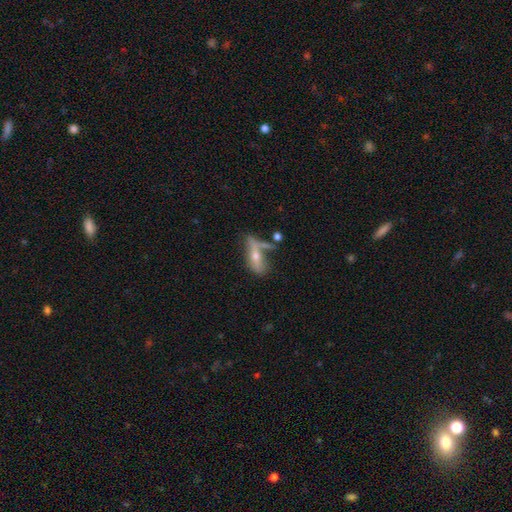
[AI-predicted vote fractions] Smooth or featured? featured or disk (50%)
Merging? none (37%)